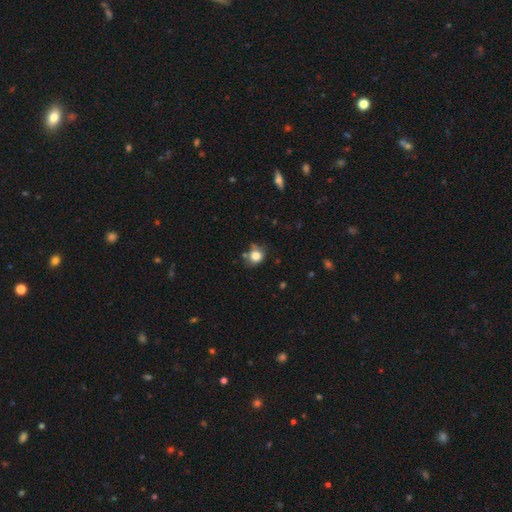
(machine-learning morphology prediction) smooth_or_featured: smooth (p=0.80) [alt: star or artifact p=0.12]
how_rounded: round (p=0.80) [alt: in between p=0.19]
merging: none (p=0.67) [alt: minor disturbance p=0.18]